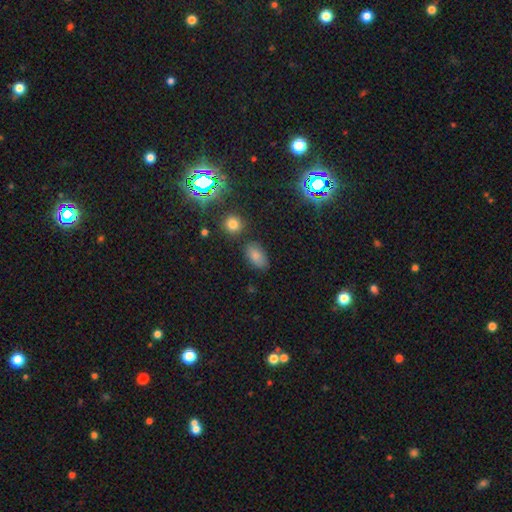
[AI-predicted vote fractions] Smooth or featured? Predicted: smooth (p=0.79). How rounded? Predicted: in between (p=0.89). Merging? Predicted: none (p=0.77).